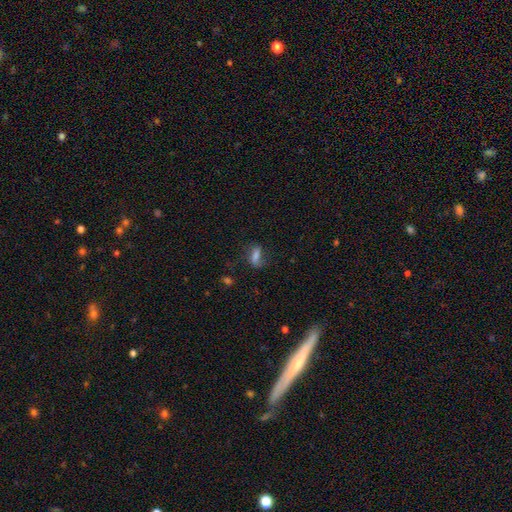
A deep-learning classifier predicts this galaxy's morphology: Overall: smooth (64%). How rounded: in between (67%; cigar-shaped 27%). Merging: none (58%; minor disturbance 23%).